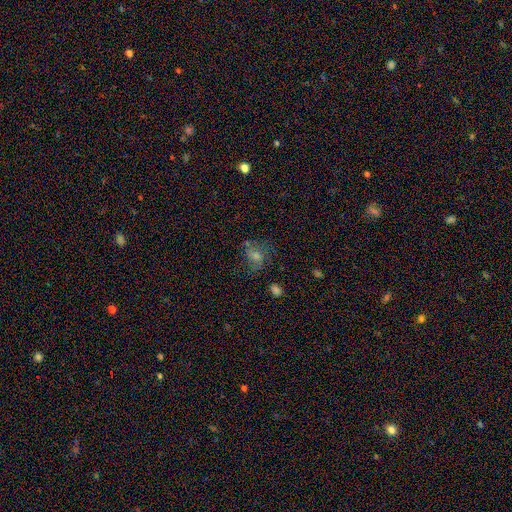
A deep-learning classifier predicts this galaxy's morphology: The model was most divided on "smooth or featured": smooth: 39%, featured or disk: 33%, star or artifact: 28%. More confident: merging — none (59%).